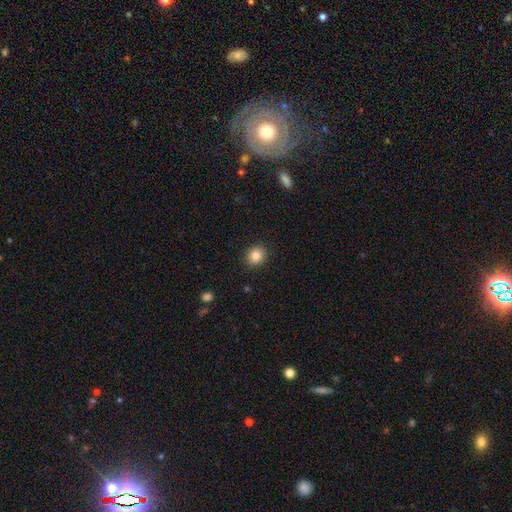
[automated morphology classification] smooth 84%, star or artifact 10%, featured or disk 6%. Down the decision tree: how rounded — round (78%); merging — none (90%).